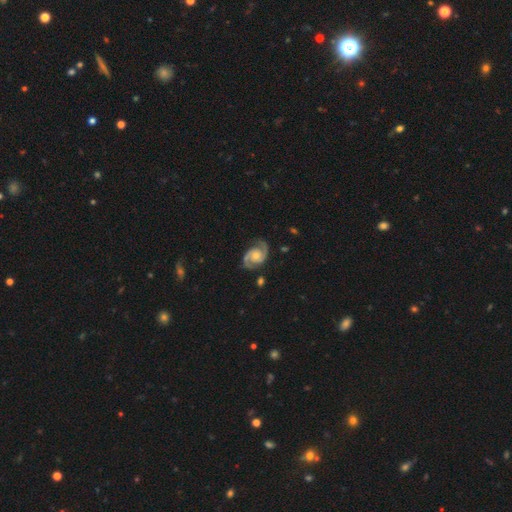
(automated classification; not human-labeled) Q: Smooth or featured?
A: featured or disk (90%); runner-up: smooth (5%)
Q: Edge-on disk?
A: no (98%); runner-up: yes (2%)
Q: Bar?
A: no (65%); runner-up: weak (28%)
Q: Spiral arms?
A: yes (98%); runner-up: no (2%)
Q: Spiral winding?
A: medium (54%); runner-up: tight (33%)
Q: Spiral arm count?
A: 2 (94%); runner-up: can't tell (2%)
Q: Bulge size?
A: moderate (48%); runner-up: small (38%)
Q: Merging?
A: none (81%); runner-up: minor disturbance (13%)